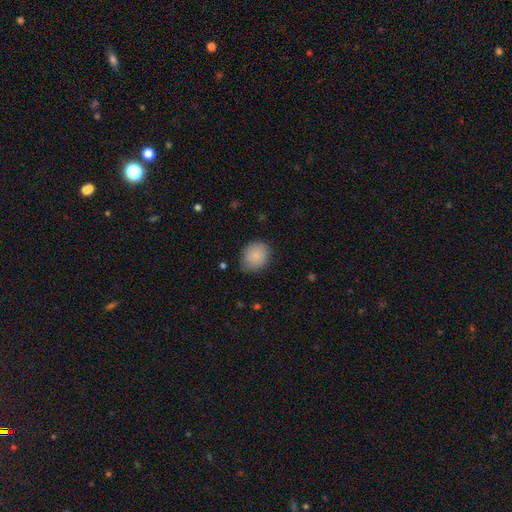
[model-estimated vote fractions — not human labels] Smooth or featured? Predicted: smooth (p=0.85). How rounded? Predicted: round (p=0.54). Merging? Predicted: none (p=0.78).